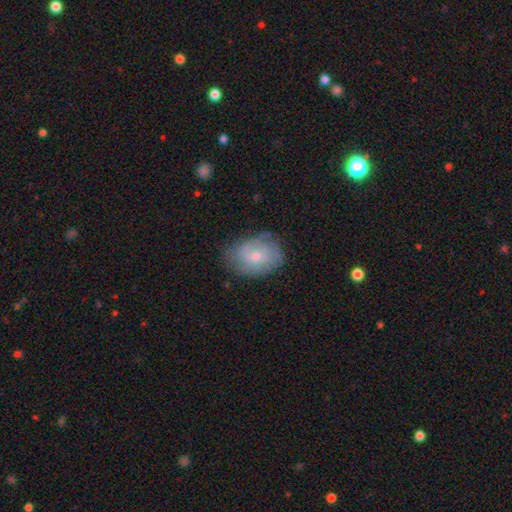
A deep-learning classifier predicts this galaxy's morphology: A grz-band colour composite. It shows a featured or disk galaxy (49%). Merging: none (67%).